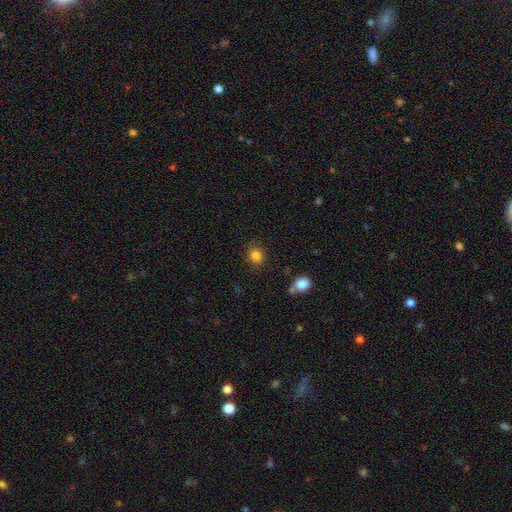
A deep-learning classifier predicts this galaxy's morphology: type=smooth (84%); roundness=round (74%); merging=none (83%).